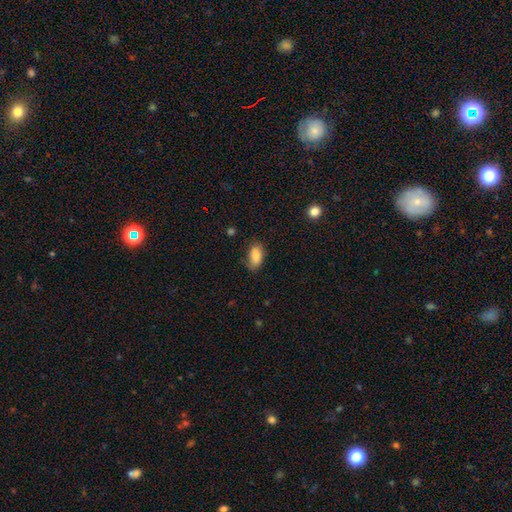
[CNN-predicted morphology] This is clearly a smooth galaxy (84%). How rounded: clearly in between (92%). Merging: likely none (67%).